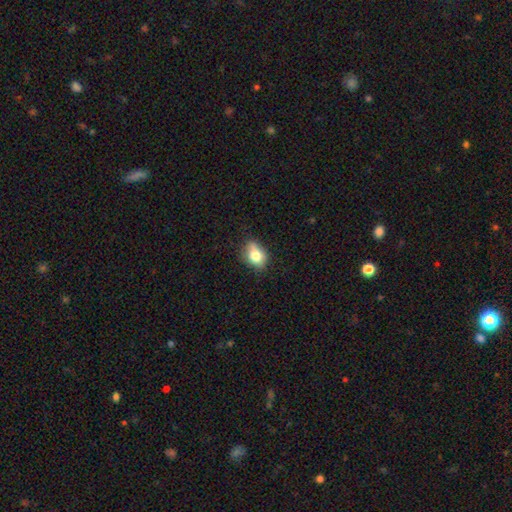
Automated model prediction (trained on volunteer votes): Smooth or featured? smooth (76%)
How rounded? in between (70%)
Merging? none (62%)